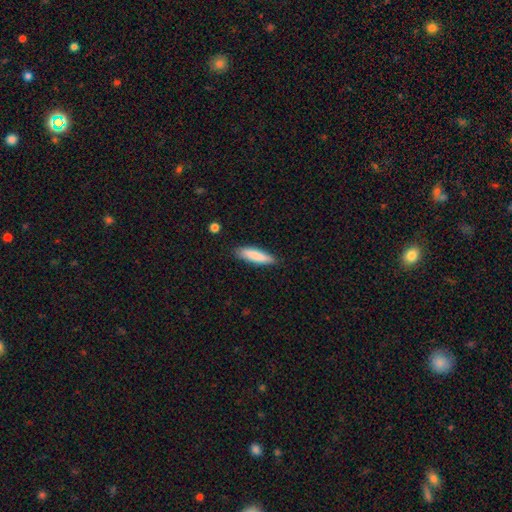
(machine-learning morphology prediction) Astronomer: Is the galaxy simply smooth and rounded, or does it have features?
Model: smooth — 84%.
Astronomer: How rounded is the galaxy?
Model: cigar-shaped — 74%.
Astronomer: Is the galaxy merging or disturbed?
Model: none — 85%.